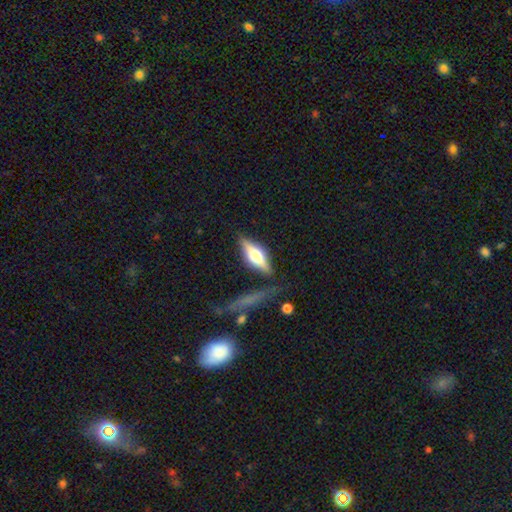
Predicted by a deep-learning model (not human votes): A featured or disk galaxy (56%) viewed edge-on (93%) with a rounded central bulge (93%). Merging: none (78%).